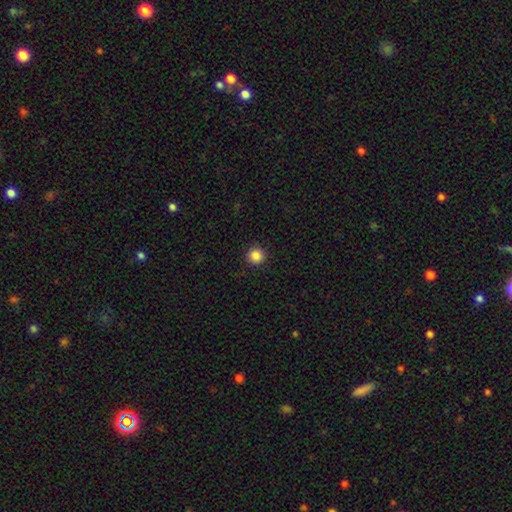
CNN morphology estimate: This appears to be a smooth galaxy with no disk features (87%) that is round (95%). Merging: none (92%).